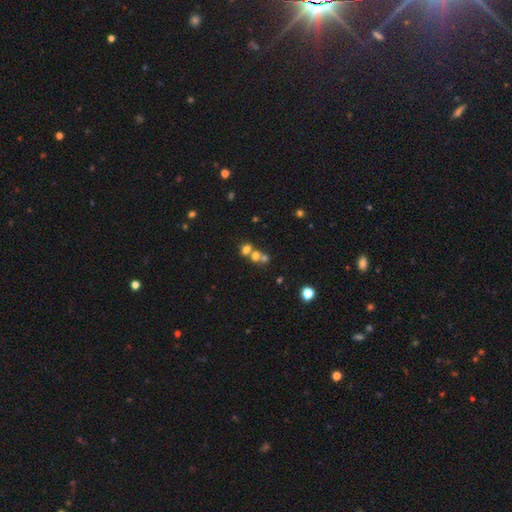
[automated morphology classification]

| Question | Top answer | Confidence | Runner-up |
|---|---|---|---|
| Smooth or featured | smooth | 62% | star or artifact (20%) |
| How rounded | round | 66% | in between (33%) |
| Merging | merger | 57% | none (32%) |